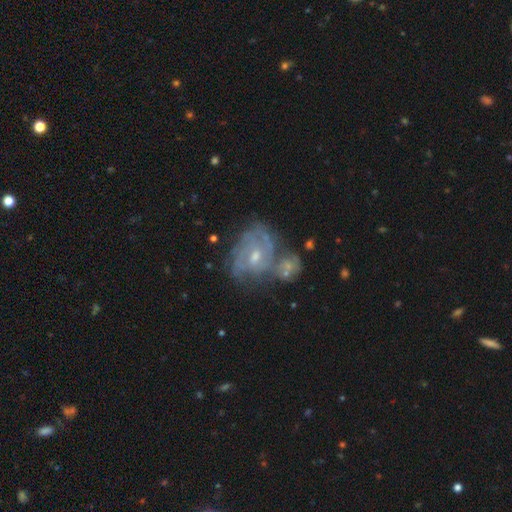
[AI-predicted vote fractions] Morphology: type=featured or disk (80%); edge-on=no (97%); bar=no (46%, tied with weak); spiral arms=yes (86%); winding=tight (56%); arm count=can't tell (42%); bulge=moderate (51%); merging=none (43%).